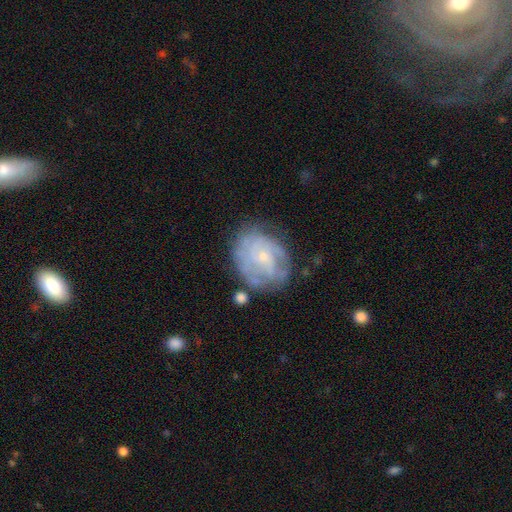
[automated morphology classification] type=featured or disk (64%); edge-on=no (97%); bar=no (70%); spiral arms=yes (74%); bulge=small (71%); merging=none (65%).